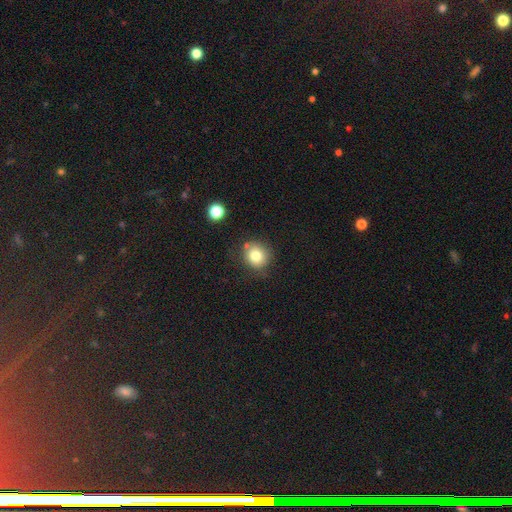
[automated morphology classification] smooth_or_featured: smooth (p=0.79) [alt: star or artifact p=0.12]
how_rounded: round (p=0.85) [alt: in between p=0.14]
merging: none (p=0.76) [alt: minor disturbance p=0.14]